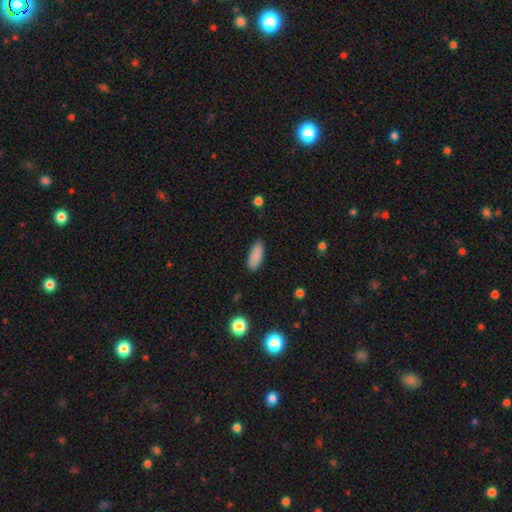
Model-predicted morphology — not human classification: smooth_or_featured: smooth (p=0.89) [alt: star or artifact p=0.07]
how_rounded: in between (p=0.80) [alt: cigar-shaped p=0.19]
merging: none (p=0.87) [alt: minor disturbance p=0.10]